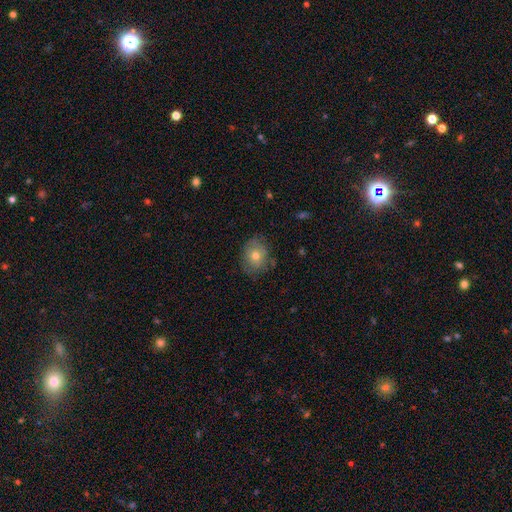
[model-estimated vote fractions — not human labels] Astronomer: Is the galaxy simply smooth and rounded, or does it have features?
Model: smooth — 67%.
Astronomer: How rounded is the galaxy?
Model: round — 56% (runner-up: in between, 43%).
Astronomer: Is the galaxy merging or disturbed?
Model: none — 75%.